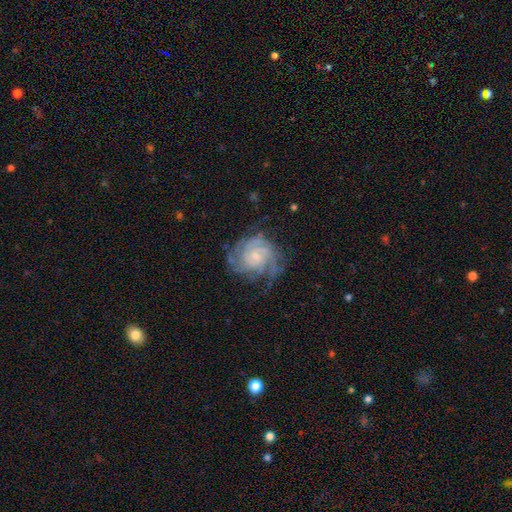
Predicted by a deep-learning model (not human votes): featured or disk 87%, smooth 7%, star or artifact 6%. Down the decision tree: edge-on disk — no (98%); bar — no (64%); spiral arms — yes (97%); spiral arm count — 3 (25%, tied with can't tell); spiral winding — tight (68%); bulge size — small (67%); merging — none (66%).